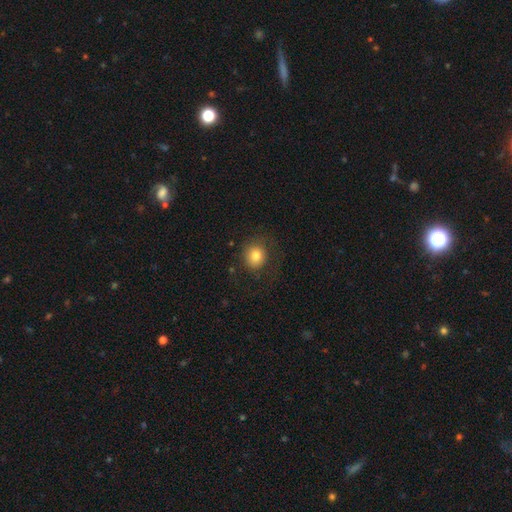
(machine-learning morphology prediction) Smooth or featured?
  - smooth: 80% *
  - star or artifact: 11%
  - featured or disk: 10%
How rounded?
  - round: 83% *
  - in between: 16%
  - cigar-shaped: 1%
Merging?
  - none: 77% *
  - minor disturbance: 14%
  - major disturbance: 8%
  - merger: 1%